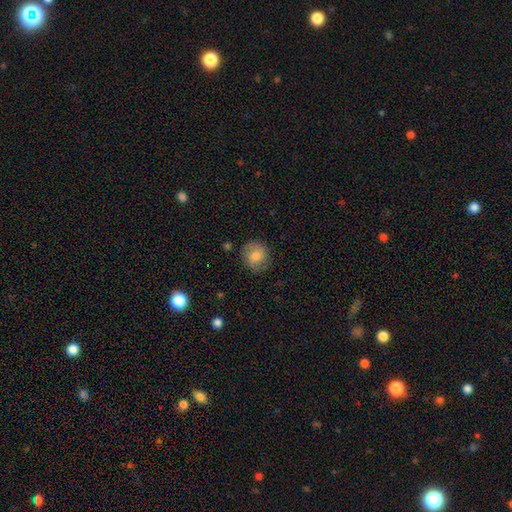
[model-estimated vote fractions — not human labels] smooth-or-featured: smooth: 76% | featured or disk: 15% | star or artifact: 9%
  how-rounded: round: 83% | in between: 16% | cigar-shaped: 1%
  merging: none: 81% | minor disturbance: 14% | major disturbance: 4% | merger: 2%